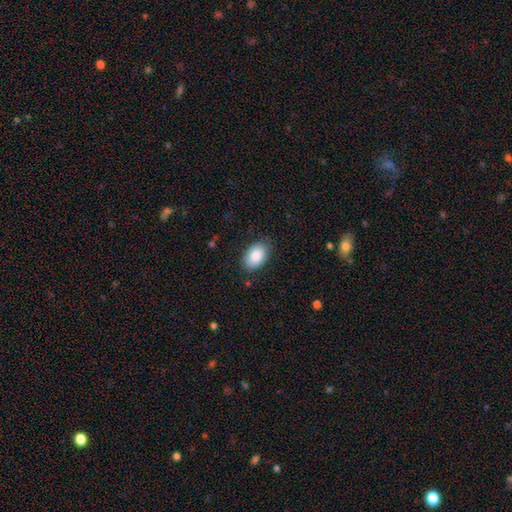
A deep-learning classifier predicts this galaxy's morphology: The model was most divided on "merging": none: 82%, minor disturbance: 14%, major disturbance: 3%, merger: 1%. More confident: how rounded — in between (90%); smooth or featured — smooth (88%).